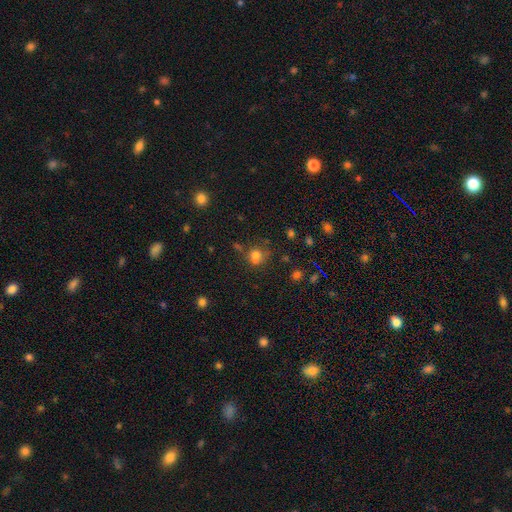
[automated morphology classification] smooth-or-featured: smooth: 72% | star or artifact: 18% | featured or disk: 10%
  how-rounded: round: 70% | in between: 29% | cigar-shaped: 1%
  merging: none: 50% | merger: 20% | minor disturbance: 20% | major disturbance: 10%